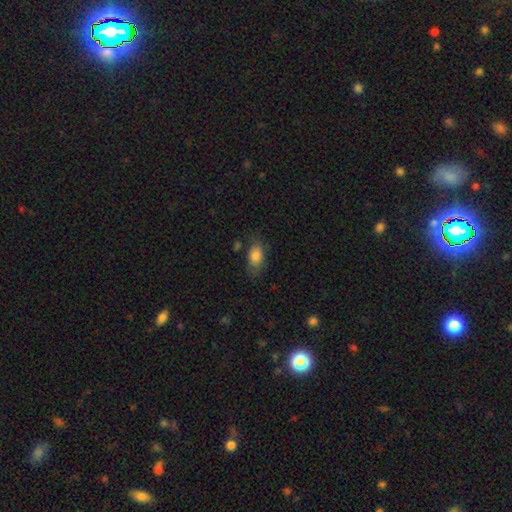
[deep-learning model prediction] This is clearly a smooth galaxy (82%). How rounded: clearly in between (89%). Merging: likely none (64%).